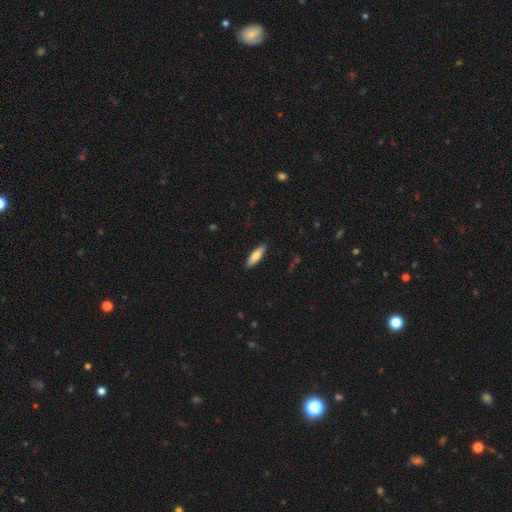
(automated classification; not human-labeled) Smooth or featured? Predicted: smooth (p=0.75). How rounded? Predicted: cigar-shaped (p=0.54). Merging? Predicted: none (p=0.88).